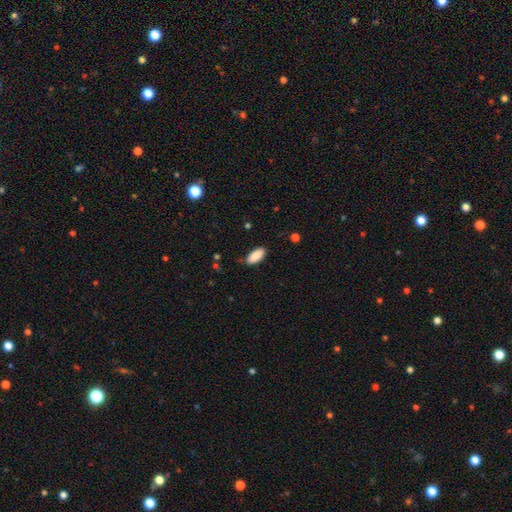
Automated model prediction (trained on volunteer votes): Overall: smooth (89%). How rounded: in between (88%). Merging: none (84%).